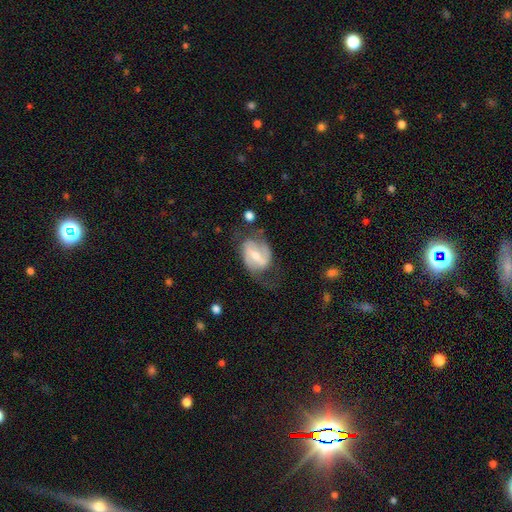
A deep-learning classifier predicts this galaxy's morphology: This appears to be a featured or disk galaxy (76%) with a weak bar (44%), 2 (83%) medium (46%) spiral arms (89%) and a moderate central bulge (54%). Merging: none (54%).